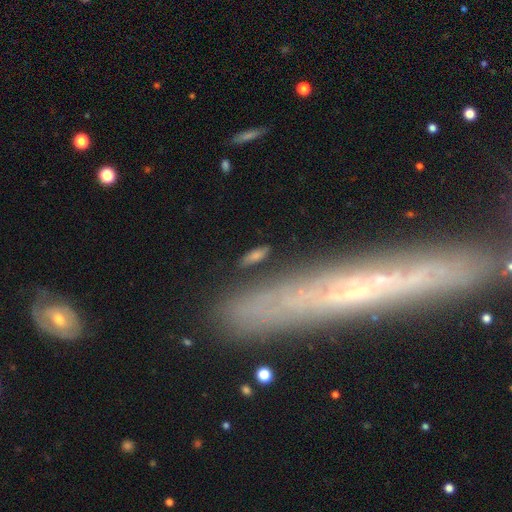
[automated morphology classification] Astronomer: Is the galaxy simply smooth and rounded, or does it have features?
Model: smooth — 70%.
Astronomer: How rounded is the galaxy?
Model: in between — 57% (runner-up: cigar-shaped, 39%).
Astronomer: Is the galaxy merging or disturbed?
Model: none — 80%.